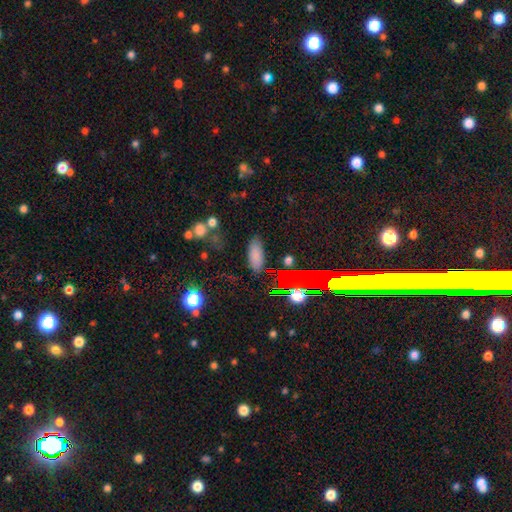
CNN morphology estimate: Smooth or featured? Predicted: smooth (p=0.78). How rounded? Predicted: in between (p=0.81). Merging? Predicted: none (p=0.79).